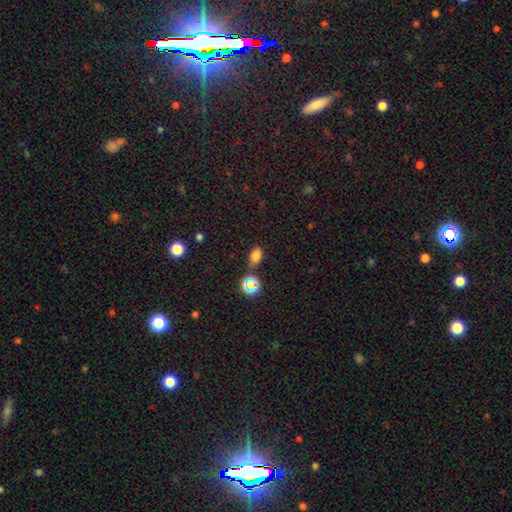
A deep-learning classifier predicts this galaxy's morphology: Smooth or featured: smooth — 72% (star or artifact — 23%)
How rounded: in between — 81% (round — 17%)
Merging: none — 76% (minor disturbance — 15%)